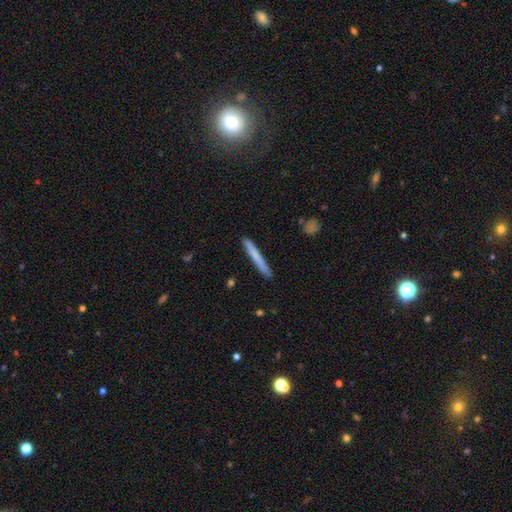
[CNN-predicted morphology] smooth-or-featured: smooth: 67% | featured or disk: 27% | star or artifact: 6%
  how-rounded: cigar-shaped: 97% | in between: 2% | round: 1%
  merging: none: 89% | minor disturbance: 8% | major disturbance: 2% | merger: 1%